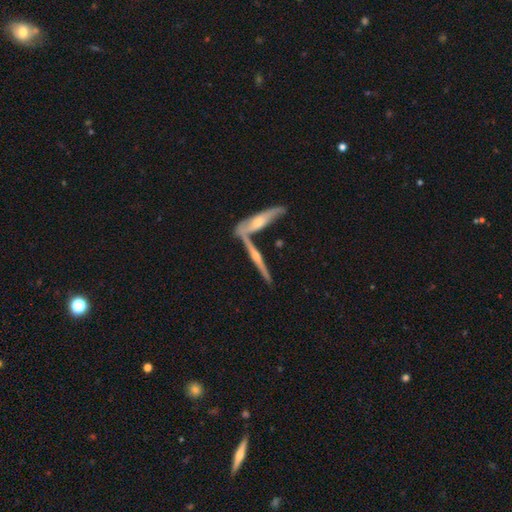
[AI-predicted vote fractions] smooth_or_featured: featured or disk (p=0.77) [alt: smooth p=0.16]
disk_edge_on: yes (p=0.96) [alt: no p=0.04]
edge_on_bulge: rounded (p=0.88) [alt: none p=0.07]
merging: none (p=0.66) [alt: merger p=0.23]